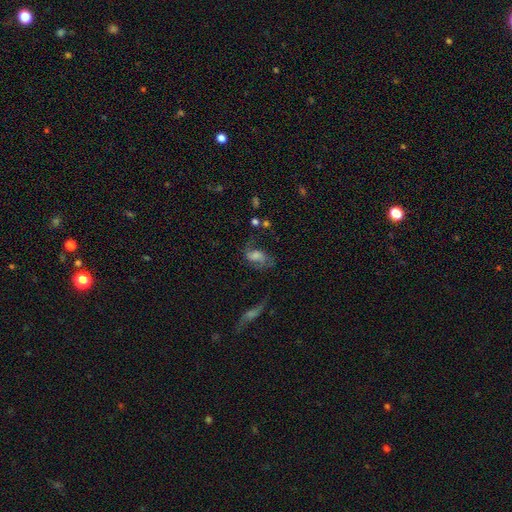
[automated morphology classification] Smooth or featured: featured or disk — 59% (smooth — 26%)
Edge-on disk: no — 95% (yes — 5%)
Bar: no — 49% (weak — 40%)
Spiral arms: yes — 84% (no — 16%)
Bulge size: moderate — 34% (small — 23%)
Merging: none — 49% (major disturbance — 24%)